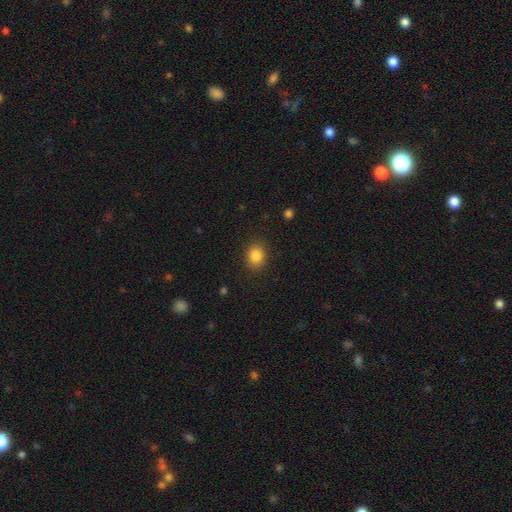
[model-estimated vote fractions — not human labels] Smooth or featured? Predicted: smooth (p=0.84). How rounded? Predicted: round (p=0.56). Merging? Predicted: none (p=0.87).